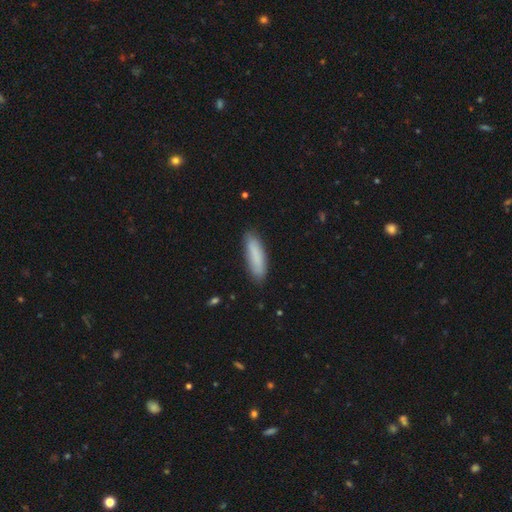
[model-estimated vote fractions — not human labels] Smooth or featured? smooth (84%)
How rounded? cigar-shaped (63%)
Merging? none (83%)